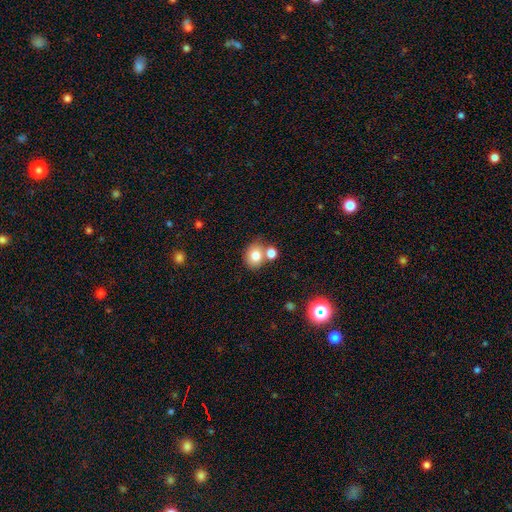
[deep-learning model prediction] Smooth or featured? Predicted: smooth (p=0.79). How rounded? Predicted: round (p=0.64). Merging? Predicted: none (p=0.59).